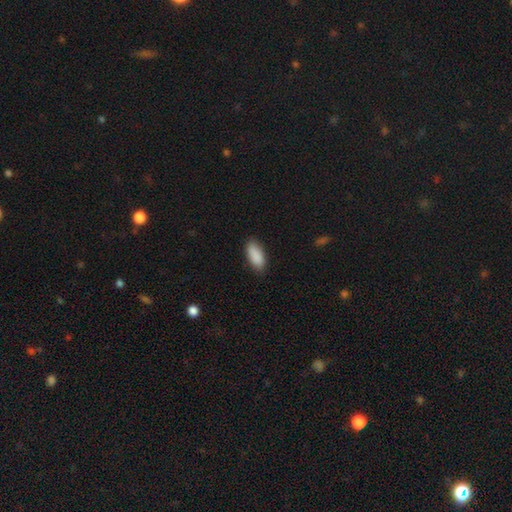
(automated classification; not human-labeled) The model was most divided on "merging": none: 83%, minor disturbance: 14%, major disturbance: 2%, merger: 1%. More confident: smooth or featured — smooth (90%); how rounded — in between (86%).